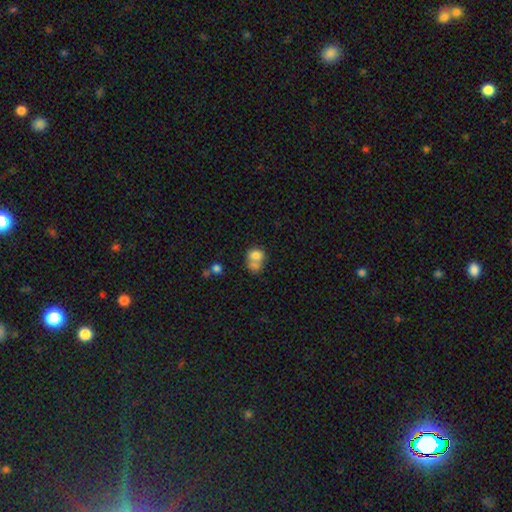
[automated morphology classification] smooth-or-featured: smooth: 73% | featured or disk: 17% | star or artifact: 10%
  how-rounded: round: 52% | in between: 47% | cigar-shaped: 1%
  merging: merger: 59% | none: 23% | minor disturbance: 10% | major disturbance: 7%